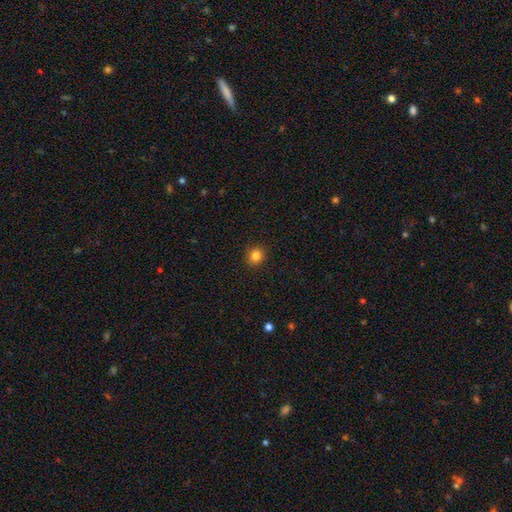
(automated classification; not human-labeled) Smooth or featured? Predicted: smooth (p=0.83). How rounded? Predicted: round (p=0.86). Merging? Predicted: none (p=0.91).